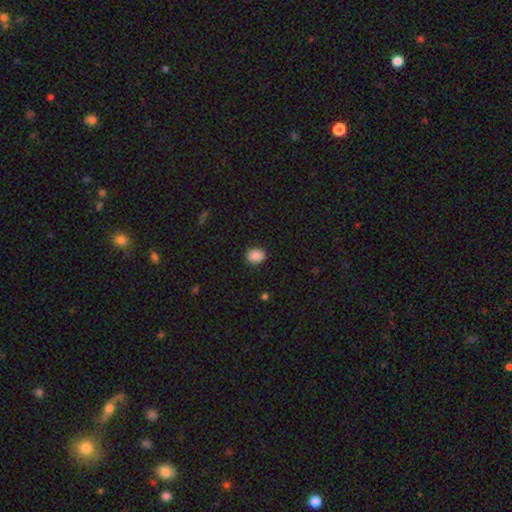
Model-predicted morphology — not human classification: A smooth galaxy with no disk features (86%) that is round (55%). Merging: none (89%).